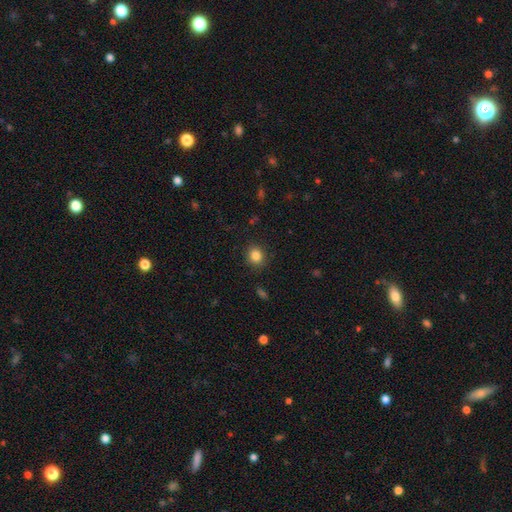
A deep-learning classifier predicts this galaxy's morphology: A smooth galaxy with no disk features (85%) that is round (75%).

Vote fractions:
- Smooth or featured? smooth: 85% / star or artifact: 10% / featured or disk: 5%
- How rounded? round: 75% / in between: 24% / cigar-shaped: 1%
- Merging? none: 89% / minor disturbance: 8% / major disturbance: 3% / merger: 1%